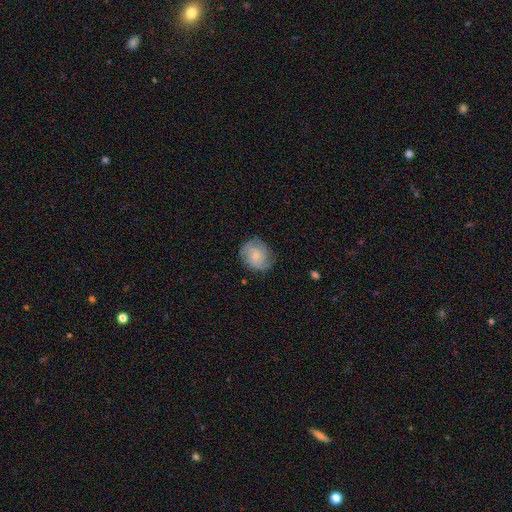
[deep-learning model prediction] Smooth or featured: featured or disk — 64% (smooth — 29%)
Edge-on disk: no — 98% (yes — 2%)
Bar: no — 69% (weak — 28%)
Spiral arms: yes — 93% (no — 7%)
Spiral winding: tight — 48% (medium — 40%)
Spiral arm count: 2 — 32% (3 — 29%)
Bulge size: small — 61% (moderate — 27%)
Merging: none — 74% (minor disturbance — 19%)